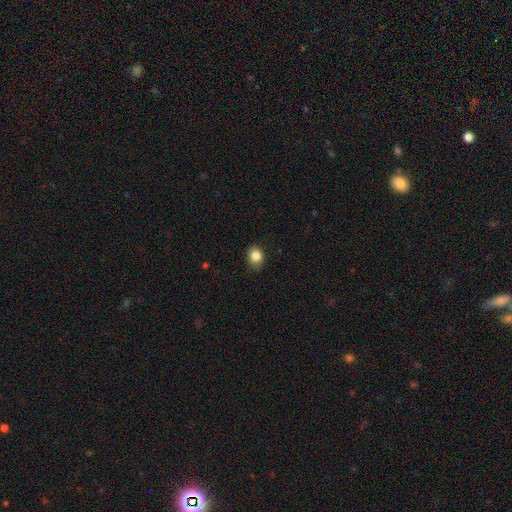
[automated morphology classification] This appears to be a smooth galaxy with no disk features (85%) that is round (58%). Merging: none (84%).